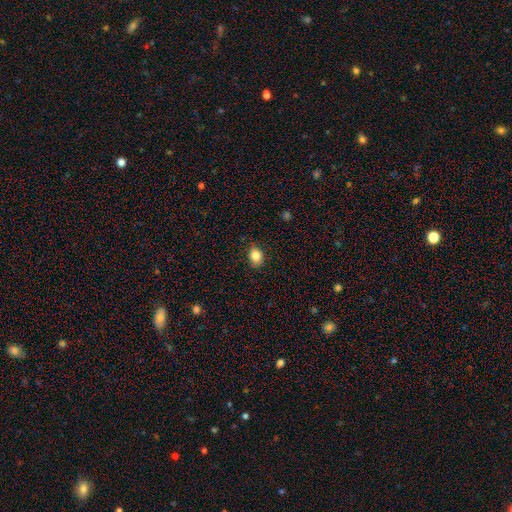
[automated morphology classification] The model was most divided on "how rounded": in between: 62%, round: 37%, cigar-shaped: 1%. More confident: smooth or featured — smooth (83%); merging — none (81%).